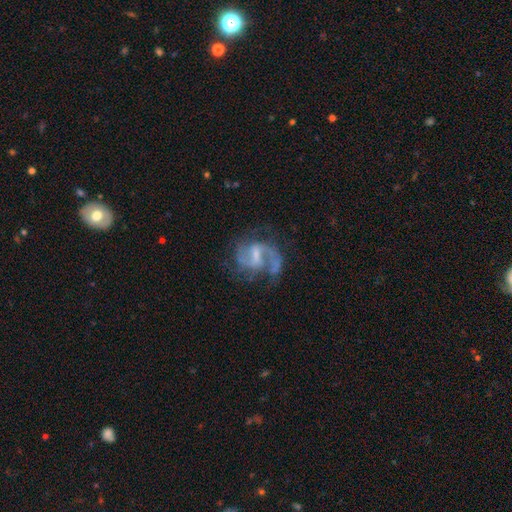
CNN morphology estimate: Smooth or featured: featured or disk — 86% (smooth — 8%)
Edge-on disk: no — 98% (yes — 2%)
Bar: weak — 59% (strong — 25%)
Spiral arms: yes — 94% (no — 6%)
Spiral winding: medium — 51% (loose — 36%)
Spiral arm count: 2 — 76% (1 — 8%)
Bulge size: small — 47% (moderate — 28%)
Merging: none — 55% (major disturbance — 22%)